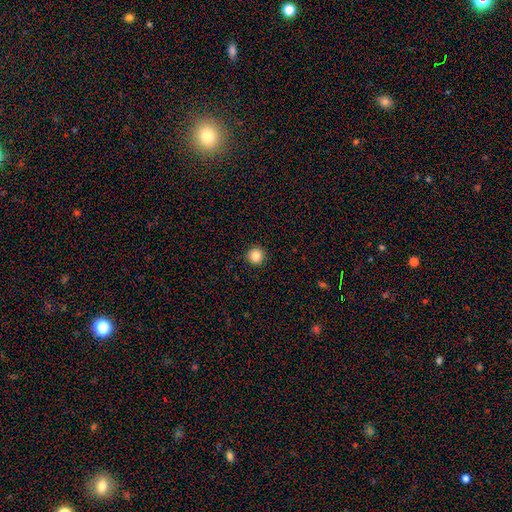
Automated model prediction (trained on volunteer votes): The model was most divided on "smooth or featured": smooth: 85%, star or artifact: 11%, featured or disk: 4%. More confident: how rounded — round (95%); merging — none (93%).